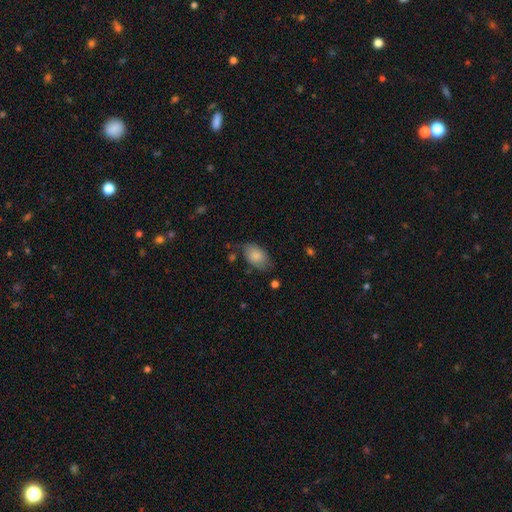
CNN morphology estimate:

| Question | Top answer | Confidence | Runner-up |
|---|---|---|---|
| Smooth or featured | smooth | 83% | featured or disk (11%) |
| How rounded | in between | 90% | round (8%) |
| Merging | none | 65% | minor disturbance (26%) |